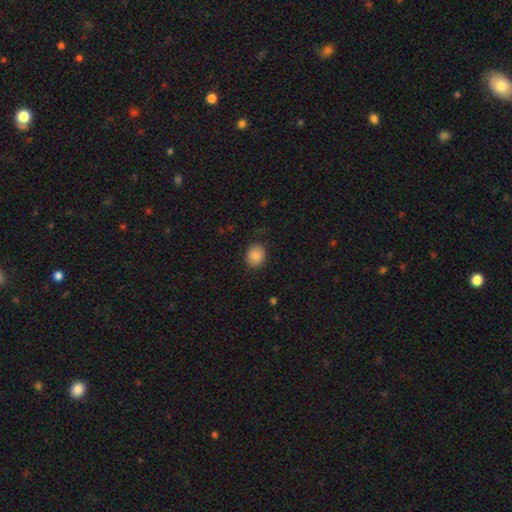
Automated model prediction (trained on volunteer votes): This appears to be a smooth galaxy with no disk features (85%) that is round (75%). Merging: none (85%).